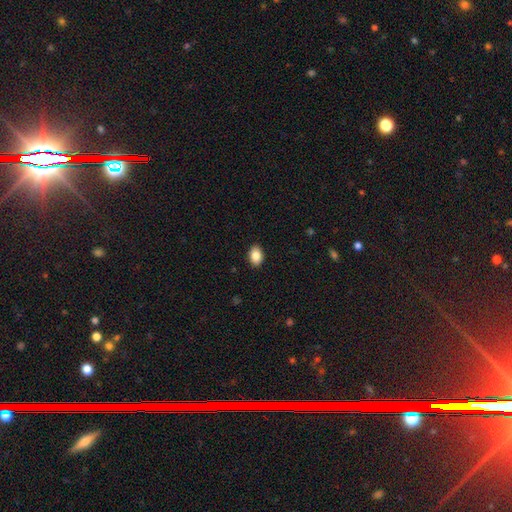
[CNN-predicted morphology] smooth_or_featured: smooth (p=0.86) [alt: star or artifact p=0.08]
how_rounded: in between (p=0.85) [alt: round p=0.14]
merging: none (p=0.90) [alt: minor disturbance p=0.07]